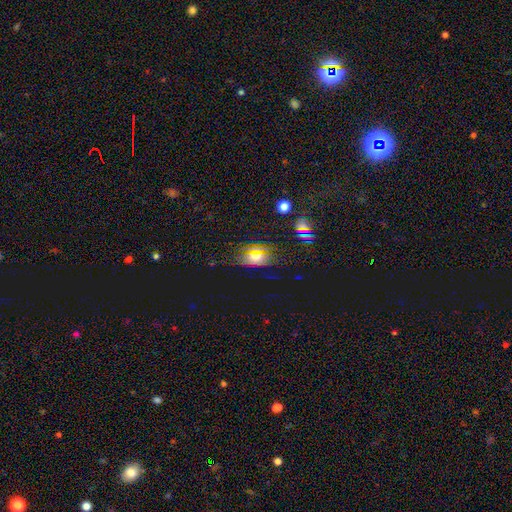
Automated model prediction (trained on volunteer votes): A smooth galaxy with no disk features (43%). Merging: none (77%).